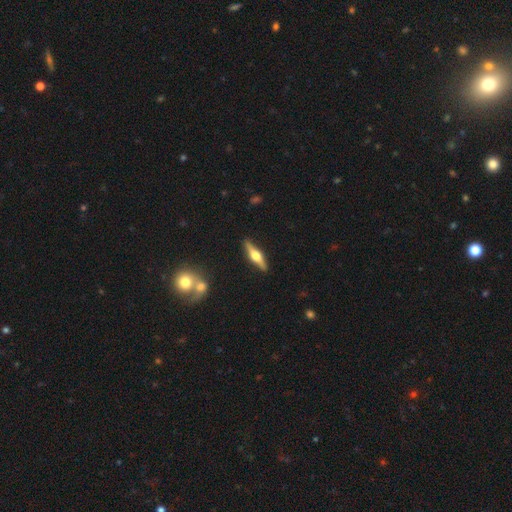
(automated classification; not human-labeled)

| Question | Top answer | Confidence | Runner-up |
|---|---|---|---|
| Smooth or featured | featured or disk | 72% | smooth (23%) |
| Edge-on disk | yes | 96% | no (4%) |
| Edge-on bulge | rounded | 95% | boxy (4%) |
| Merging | none | 89% | minor disturbance (8%) |